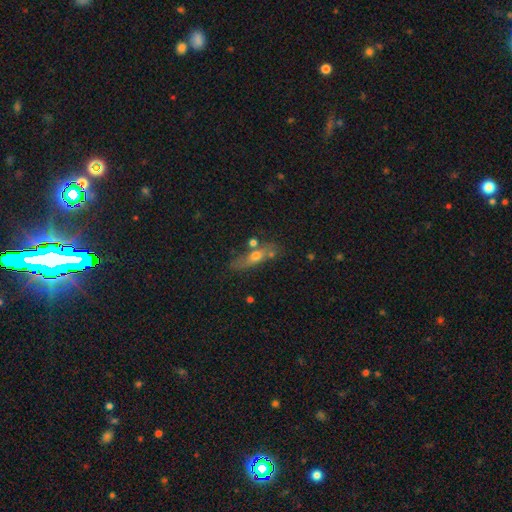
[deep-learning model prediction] The model was most divided on "smooth or featured": smooth: 49%, featured or disk: 41%, star or artifact: 9%. More confident: merging — none (60%).